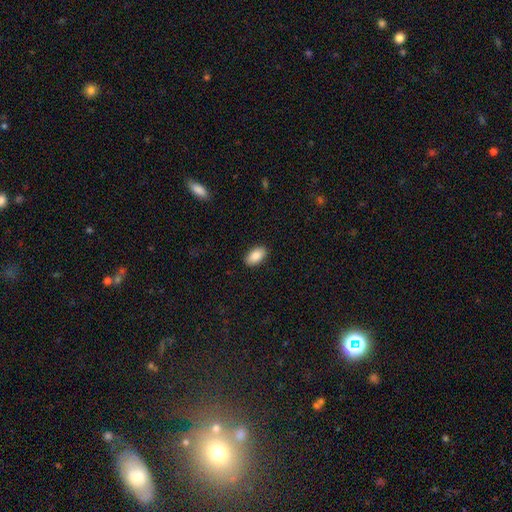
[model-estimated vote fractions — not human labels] smooth 87%, star or artifact 7%, featured or disk 6%. Down the decision tree: how rounded — in between (94%); merging — none (90%).